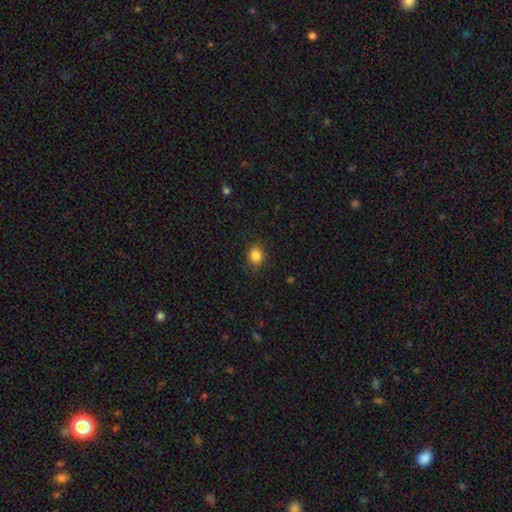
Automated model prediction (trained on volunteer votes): Smooth or featured? Predicted: smooth (p=0.85). How rounded? Predicted: round (p=0.67). Merging? Predicted: none (p=0.85).